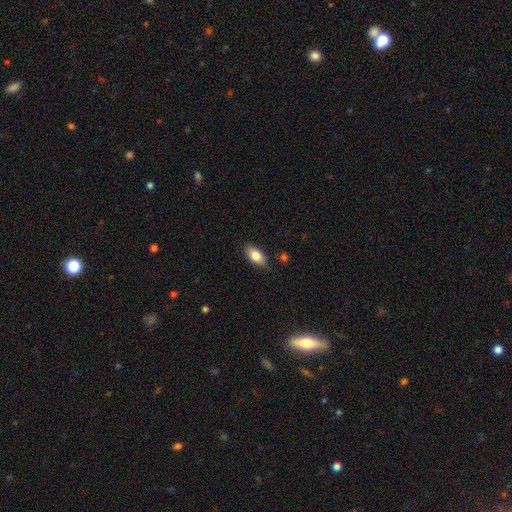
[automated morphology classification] smooth-or-featured: smooth: 82% | featured or disk: 11% | star or artifact: 7%
  how-rounded: in between: 91% | cigar-shaped: 5% | round: 4%
  merging: none: 84% | minor disturbance: 12% | major disturbance: 2% | merger: 2%